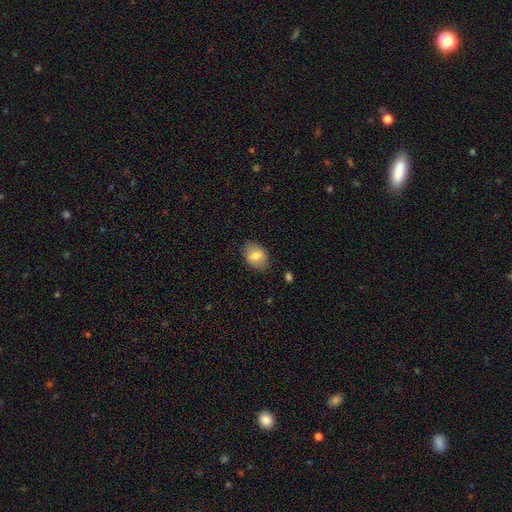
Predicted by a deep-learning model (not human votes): Morphology: type=smooth (73%); roundness=in between (73%); merging=none (82%).